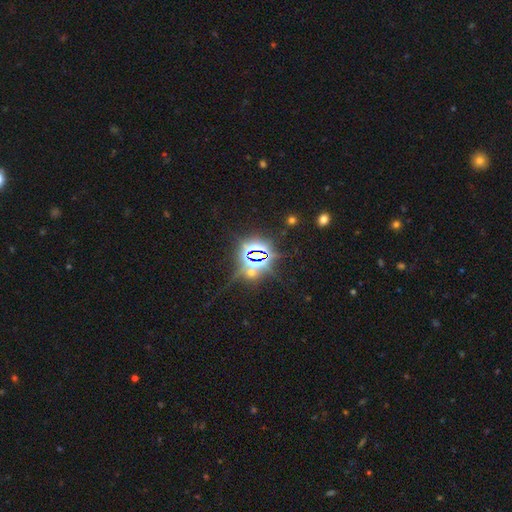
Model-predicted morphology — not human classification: A star or artifact, not a galaxy (81%).

Vote fractions:
- Smooth or featured? star or artifact: 81% / smooth: 10% / featured or disk: 8%